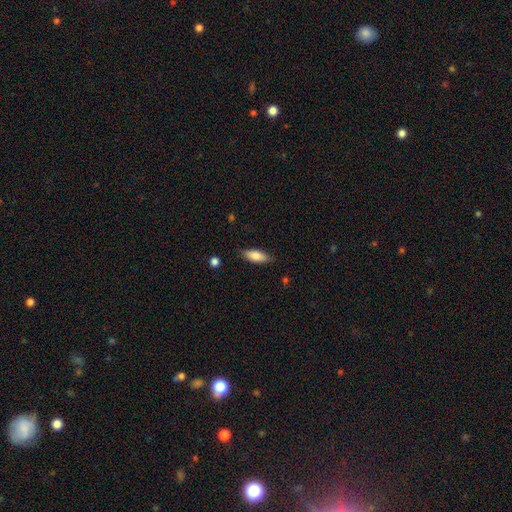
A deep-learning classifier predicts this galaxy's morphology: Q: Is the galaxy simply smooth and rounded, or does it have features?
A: smooth — 81%.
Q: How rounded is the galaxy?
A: in between — 72%.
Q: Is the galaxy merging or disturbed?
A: none — 83%.